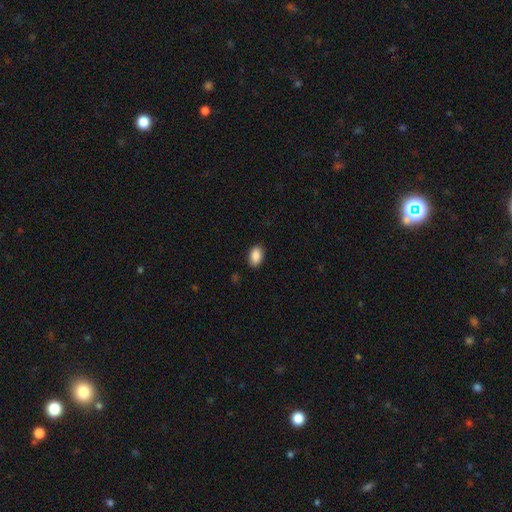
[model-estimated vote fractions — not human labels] Smooth or featured: smooth — 90% (star or artifact — 7%)
How rounded: in between — 90% (round — 9%)
Merging: none — 88% (minor disturbance — 9%)